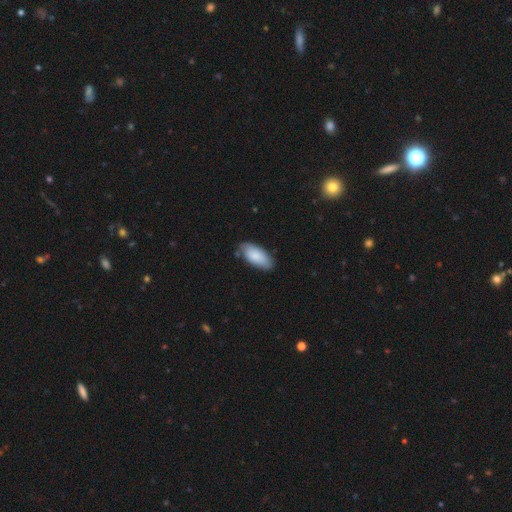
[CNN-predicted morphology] Smooth or featured? smooth (85%)
How rounded? in between (90%)
Merging? none (75%)